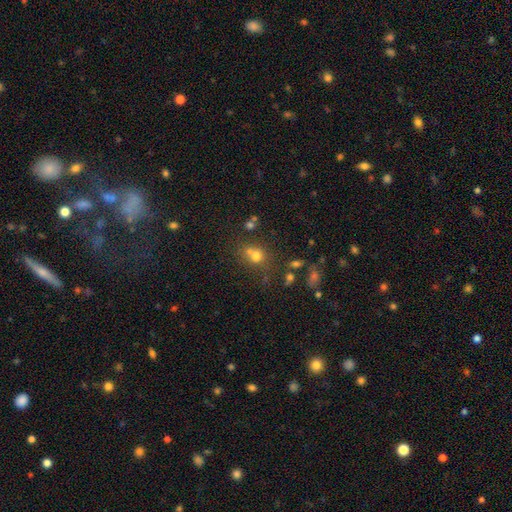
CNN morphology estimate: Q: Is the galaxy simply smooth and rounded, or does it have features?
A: smooth — 69%.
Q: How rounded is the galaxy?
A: round — 76%.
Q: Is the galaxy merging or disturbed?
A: none — 46%.